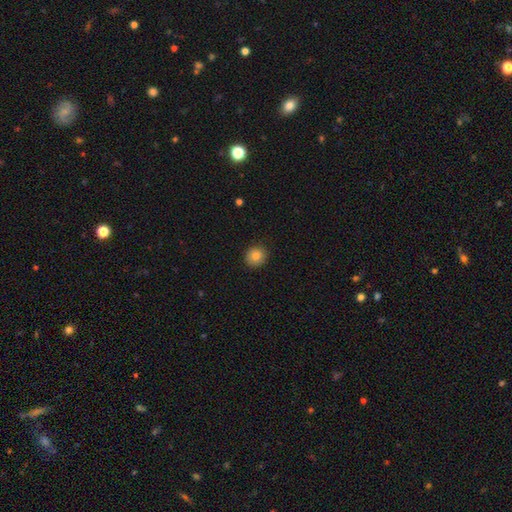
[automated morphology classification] This is clearly a smooth galaxy (83%). How rounded: clearly round (90%). Merging: clearly none (89%).